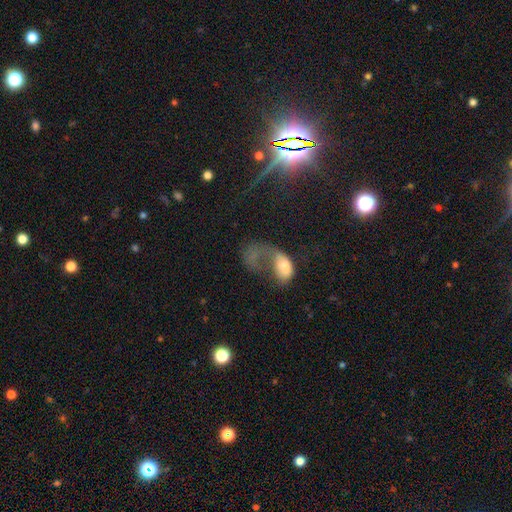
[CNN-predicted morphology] Smooth or featured? smooth (48%)
Merging? major disturbance (51%)